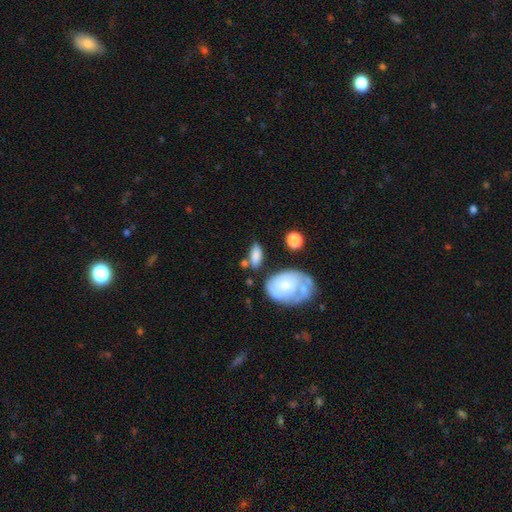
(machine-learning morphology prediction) The model was most divided on "merging": none: 59%, minor disturbance: 20%, merger: 14%, major disturbance: 7%. More confident: how rounded — in between (80%); smooth or featured — smooth (76%).